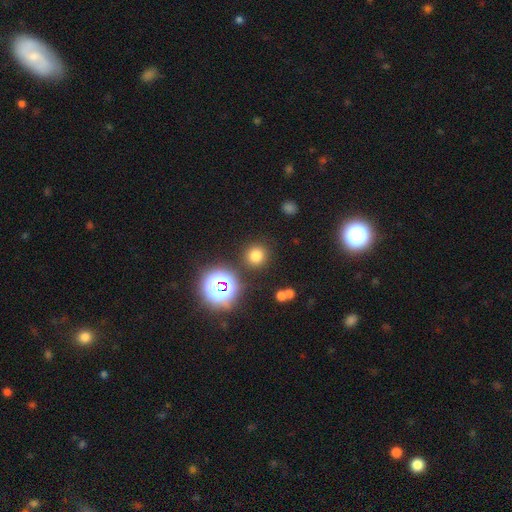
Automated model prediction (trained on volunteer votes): Q: Smooth or featured?
A: smooth (73%); runner-up: star or artifact (21%)
Q: How rounded?
A: round (93%); runner-up: in between (6%)
Q: Merging?
A: none (87%); runner-up: minor disturbance (7%)